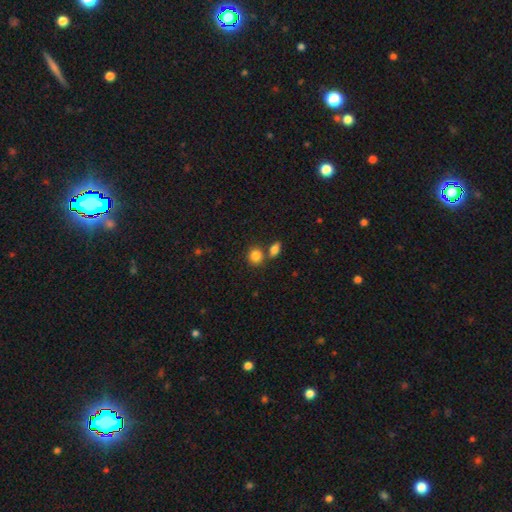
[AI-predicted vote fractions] Smooth or featured? smooth (85%)
How rounded? round (73%)
Merging? none (62%)